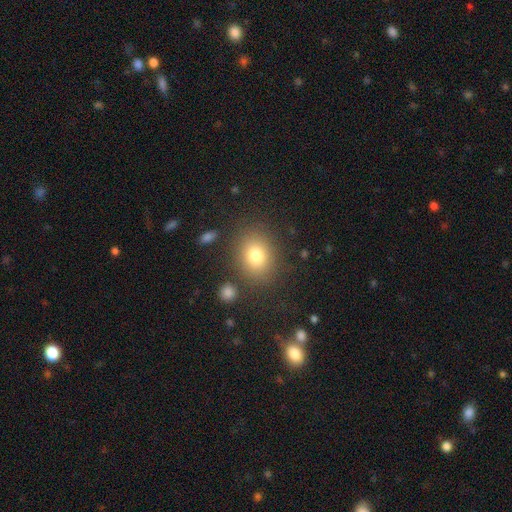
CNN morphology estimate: Smooth or featured?
  - smooth: 79% *
  - star or artifact: 11%
  - featured or disk: 10%
How rounded?
  - round: 51% *
  - in between: 48%
  - cigar-shaped: 1%
Merging?
  - none: 82% *
  - minor disturbance: 10%
  - major disturbance: 4%
  - merger: 4%